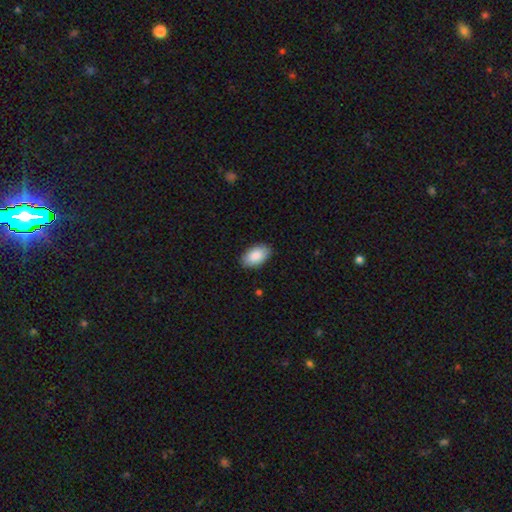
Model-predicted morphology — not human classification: Smooth or featured? Predicted: smooth (p=0.90). How rounded? Predicted: in between (p=0.96). Merging? Predicted: none (p=0.88).